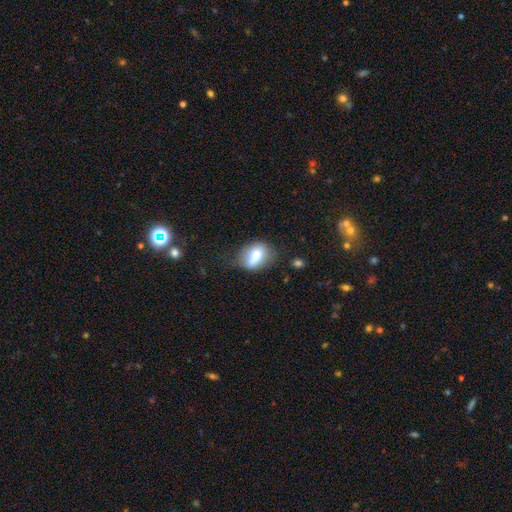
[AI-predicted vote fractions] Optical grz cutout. It shows a smooth galaxy with no disk features (66%) that is in between round and cigar-shaped (64%). Merging: none (61%).